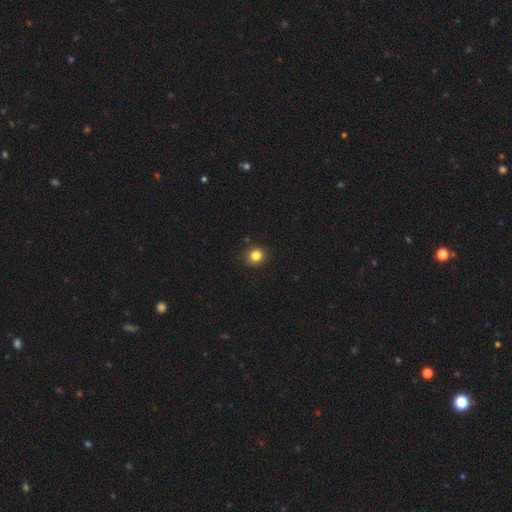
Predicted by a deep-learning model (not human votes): A smooth galaxy with no disk features (83%) that is round (87%). Merging: none (91%).